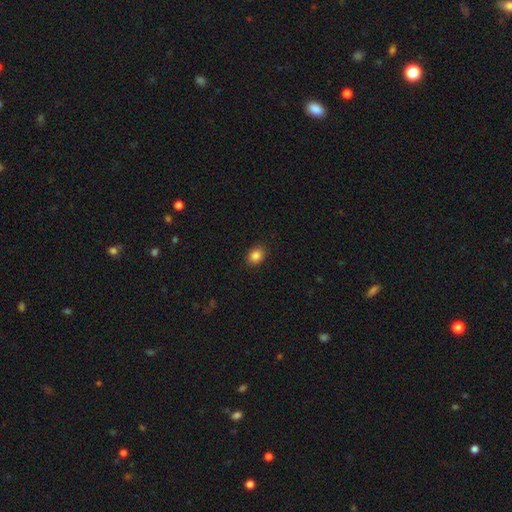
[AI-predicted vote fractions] A smooth galaxy with no disk features (86%) that is in between round and cigar-shaped (56%).

Vote fractions:
- Smooth or featured? smooth: 86% / star or artifact: 9% / featured or disk: 5%
- How rounded? in between: 56% / round: 43% / cigar-shaped: 1%
- Merging? none: 90% / minor disturbance: 7% / major disturbance: 2% / merger: 1%